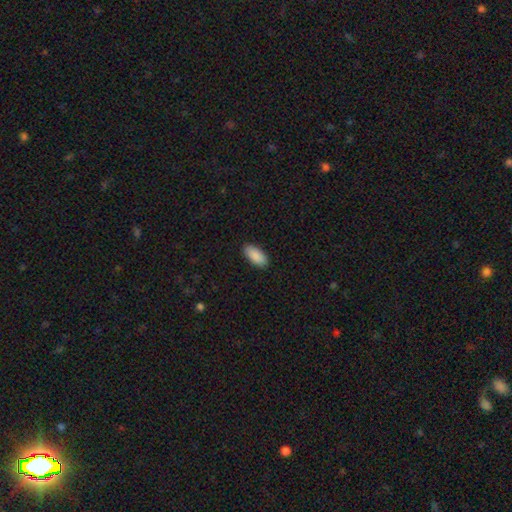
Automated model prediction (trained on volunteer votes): smooth_or_featured: smooth (p=0.91) [alt: star or artifact p=0.06]
how_rounded: in between (p=0.91) [alt: cigar-shaped p=0.07]
merging: none (p=0.89) [alt: minor disturbance p=0.08]